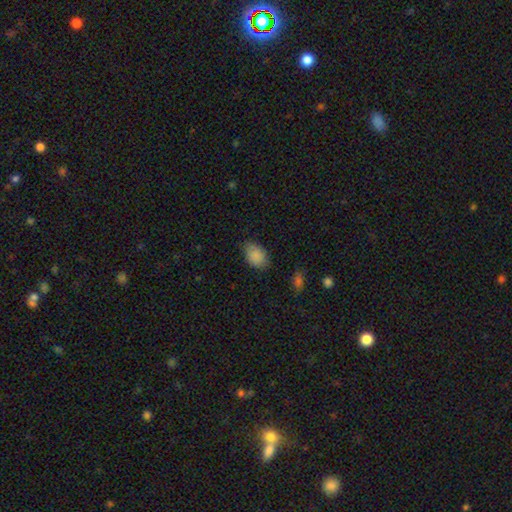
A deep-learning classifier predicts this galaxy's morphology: smooth_or_featured: smooth (p=0.87) [alt: star or artifact p=0.08]
how_rounded: in between (p=0.80) [alt: round p=0.19]
merging: none (p=0.75) [alt: minor disturbance p=0.20]